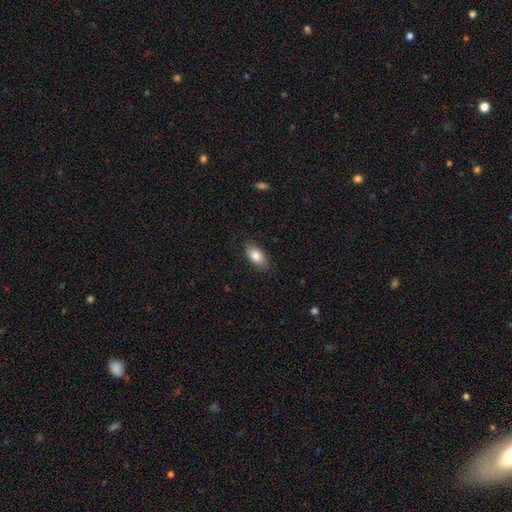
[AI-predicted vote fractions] Q: Smooth or featured?
A: smooth (85%); runner-up: featured or disk (9%)
Q: How rounded?
A: in between (92%); runner-up: cigar-shaped (4%)
Q: Merging?
A: none (82%); runner-up: minor disturbance (14%)